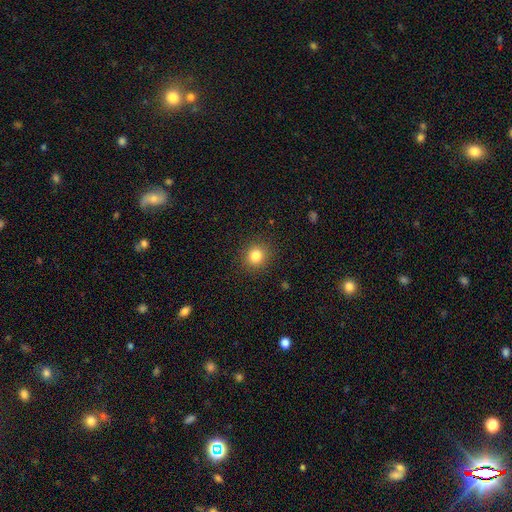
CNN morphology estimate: The model was most divided on "smooth or featured": smooth: 82%, star or artifact: 12%, featured or disk: 6%. More confident: merging — none (90%); how rounded — round (87%).